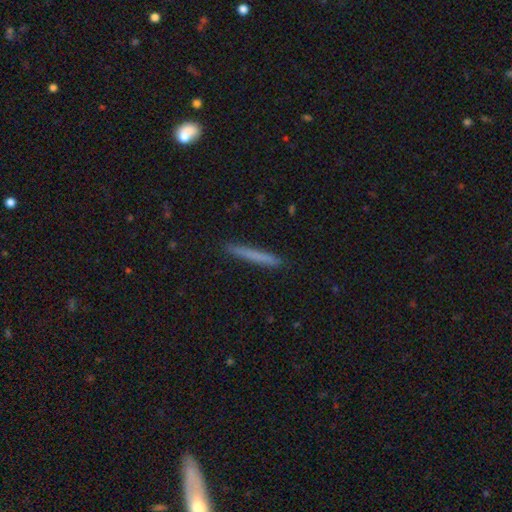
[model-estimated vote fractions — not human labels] Overall: smooth (70%). How rounded: cigar-shaped (97%). Merging: none (91%).